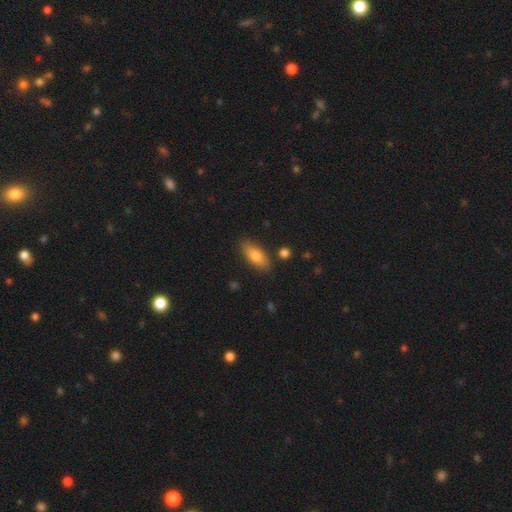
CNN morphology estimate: The model was most divided on "smooth or featured": smooth: 76%, featured or disk: 17%, star or artifact: 7%. More confident: merging — none (84%); how rounded — in between (79%).